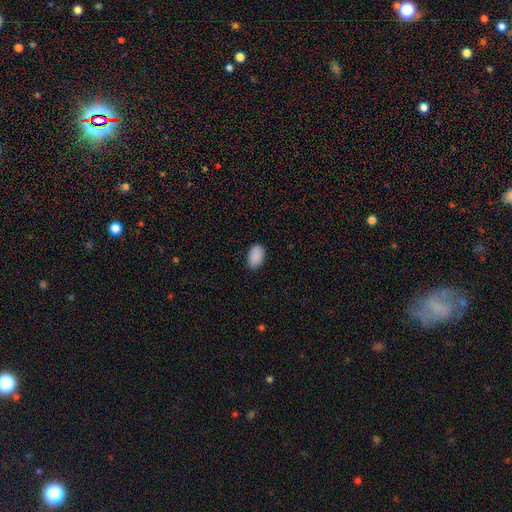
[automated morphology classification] This appears to be a smooth galaxy with no disk features (90%) that is in between round and cigar-shaped (93%). Merging: none (85%).